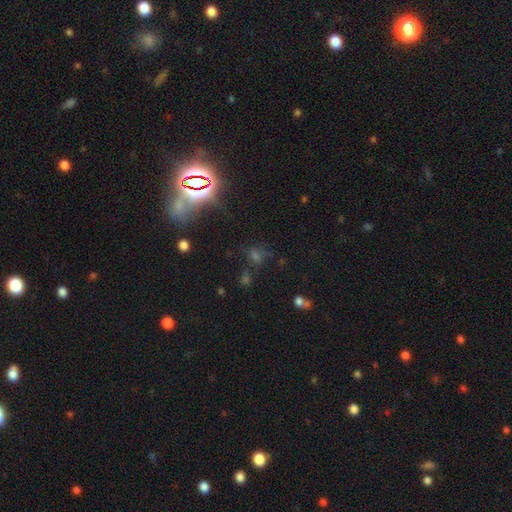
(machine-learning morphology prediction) Overall: star or artifact (60%; smooth 27%).